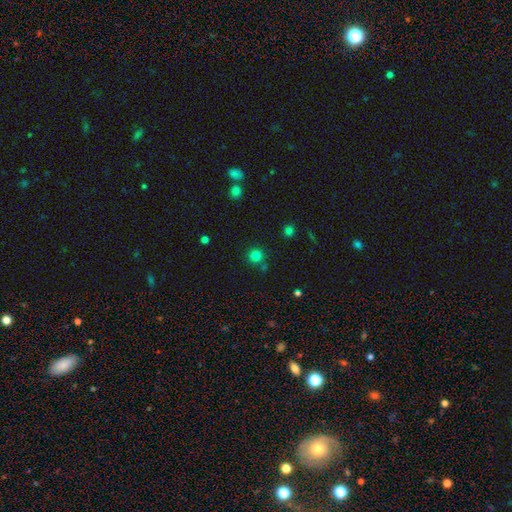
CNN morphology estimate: Smooth or featured? Predicted: smooth (p=0.79). How rounded? Predicted: round (p=0.94). Merging? Predicted: none (p=0.80).